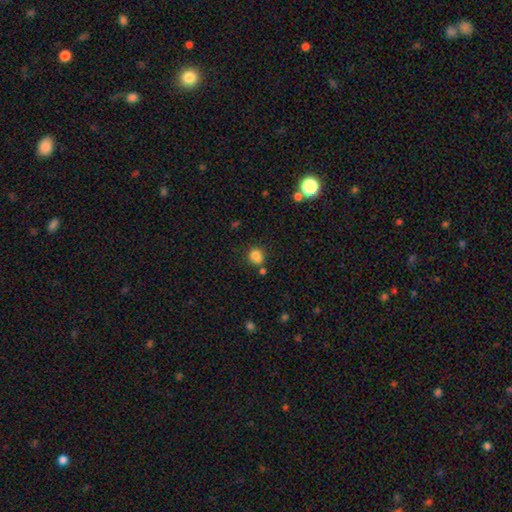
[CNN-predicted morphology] Overall: smooth (81%). How rounded: round (80%). Merging: none (58%; merger 21%).